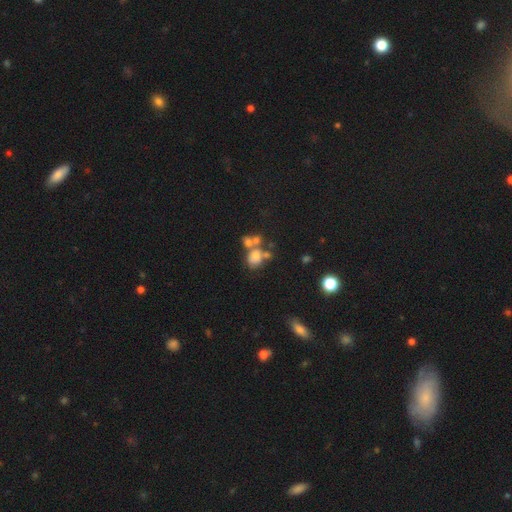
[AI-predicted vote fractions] smooth 56%, featured or disk 27%, star or artifact 17%. Down the decision tree: how rounded — round (51%); merging — merger (51%).